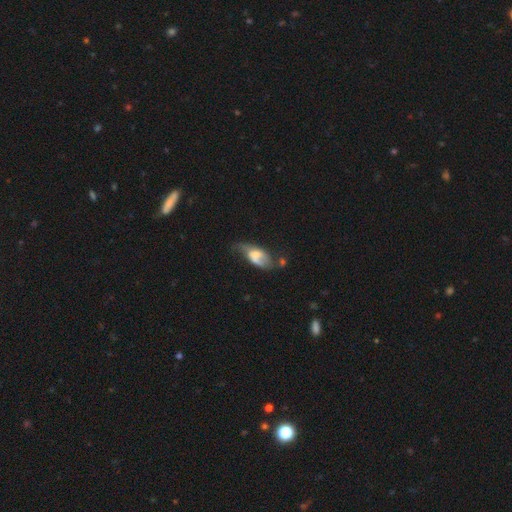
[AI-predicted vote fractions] The model was most divided on "merging": none: 32%, minor disturbance: 29%, major disturbance: 25%, merger: 14%. More confident: edge-on disk — no (89%); smooth or featured — featured or disk (55%).